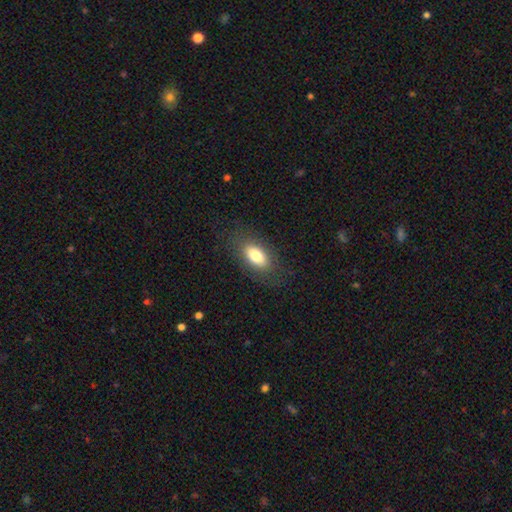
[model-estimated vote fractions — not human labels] smooth-or-featured: smooth: 77% | featured or disk: 15% | star or artifact: 8%
  how-rounded: in between: 89% | round: 5% | cigar-shaped: 5%
  merging: none: 83% | minor disturbance: 11% | major disturbance: 5% | merger: 1%